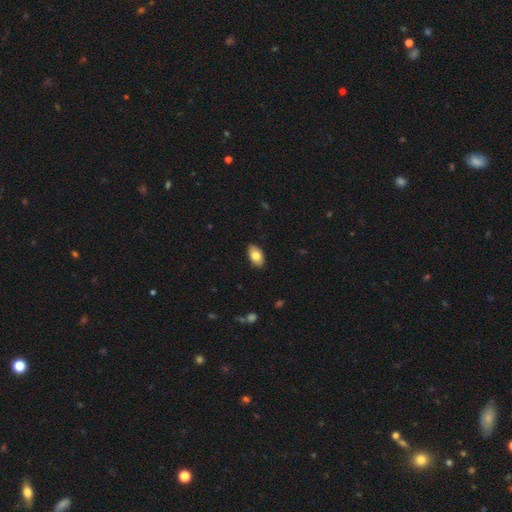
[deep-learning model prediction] Smooth or featured?
  - smooth: 80% *
  - featured or disk: 13%
  - star or artifact: 7%
How rounded?
  - in between: 93% *
  - round: 5%
  - cigar-shaped: 2%
Merging?
  - none: 87% *
  - minor disturbance: 10%
  - major disturbance: 2%
  - merger: 1%